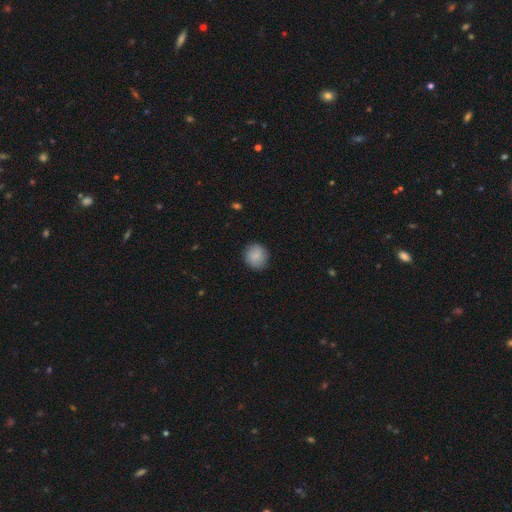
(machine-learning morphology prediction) The model was most divided on "how rounded": round: 86%, in between: 13%, cigar-shaped: 1%. More confident: merging — none (87%); smooth or featured — smooth (85%).